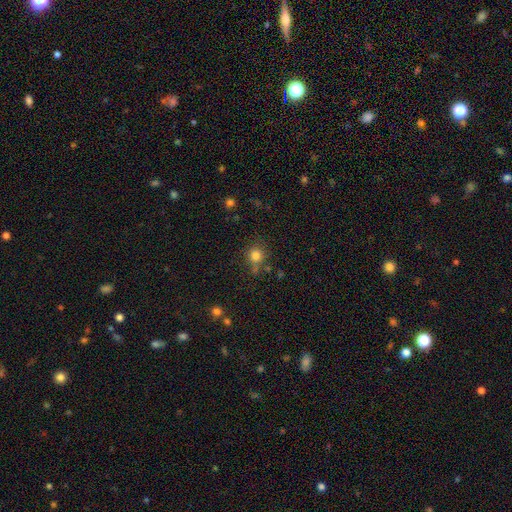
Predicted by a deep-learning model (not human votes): smooth_or_featured: smooth (p=0.80) [alt: star or artifact p=0.14]
how_rounded: round (p=0.91) [alt: in between p=0.08]
merging: none (p=0.73) [alt: minor disturbance p=0.14]